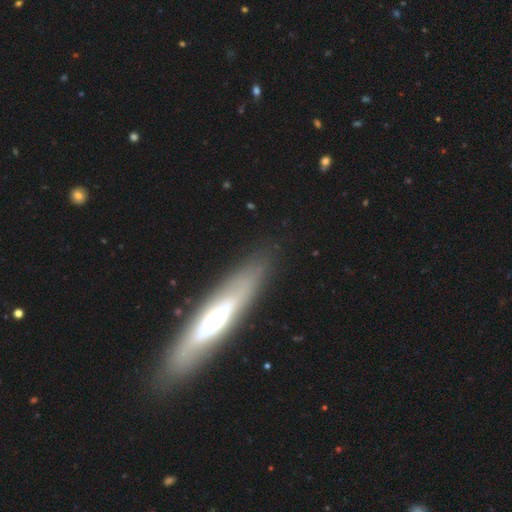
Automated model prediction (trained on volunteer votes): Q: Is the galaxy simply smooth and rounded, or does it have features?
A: featured or disk — 61%.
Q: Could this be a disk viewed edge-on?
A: yes — 58%.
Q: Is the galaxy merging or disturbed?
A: none — 85%.